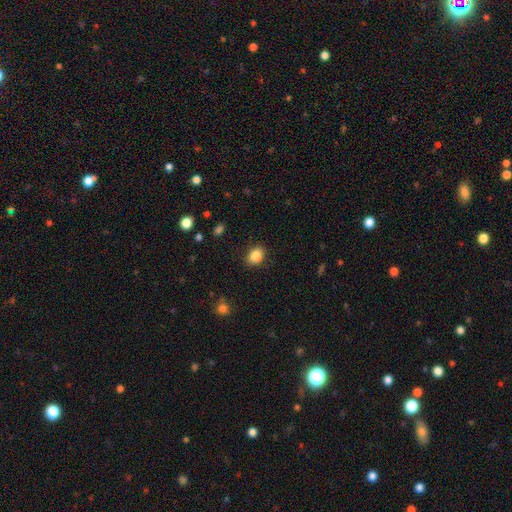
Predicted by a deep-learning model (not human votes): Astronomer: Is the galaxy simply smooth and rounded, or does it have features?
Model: smooth — 86%.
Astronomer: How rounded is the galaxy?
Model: in between — 62% (runner-up: round, 37%).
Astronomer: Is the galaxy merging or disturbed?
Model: none — 83%.